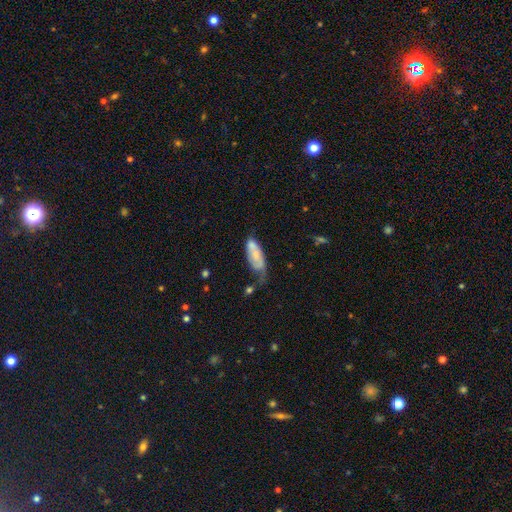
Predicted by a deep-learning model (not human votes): This is possibly a smooth galaxy (60%). How rounded: likely in between (75%). Merging: marginally minor disturbance (36%).